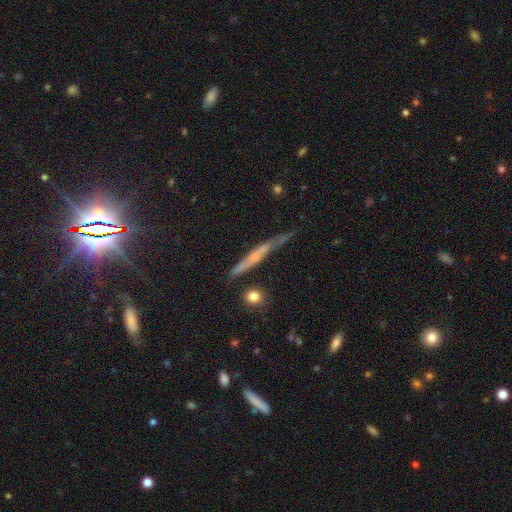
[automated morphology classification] A featured or disk galaxy (52%) viewed edge-on (90%).

Vote fractions:
- Smooth or featured? featured or disk: 52% / smooth: 40% / star or artifact: 8%
- Edge-on disk? yes: 90% / no: 10%
- Merging? none: 62% / minor disturbance: 26% / major disturbance: 7% / merger: 4%